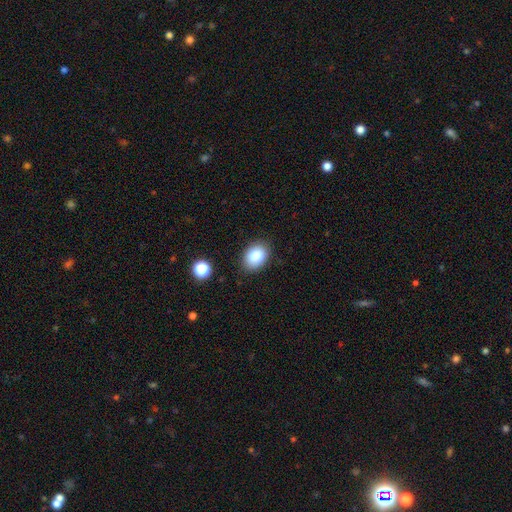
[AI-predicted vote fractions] Smooth or featured? smooth (84%)
How rounded? in between (76%)
Merging? none (86%)